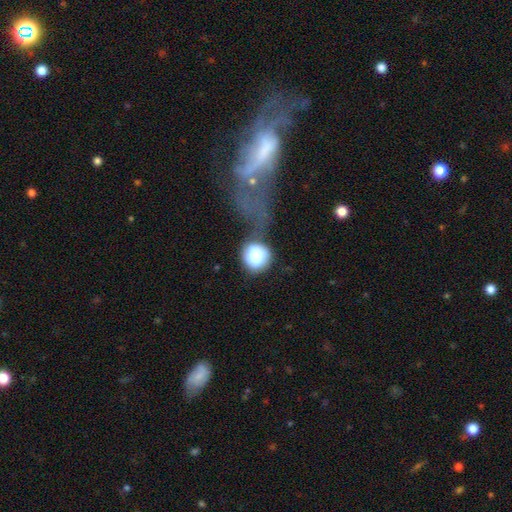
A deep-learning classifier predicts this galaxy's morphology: Smooth or featured?
  - smooth: 81% *
  - featured or disk: 11%
  - star or artifact: 8%
How rounded?
  - round: 84% *
  - in between: 15%
  - cigar-shaped: 1%
Merging?
  - major disturbance: 33% *
  - none: 28%
  - minor disturbance: 24%
  - merger: 15%